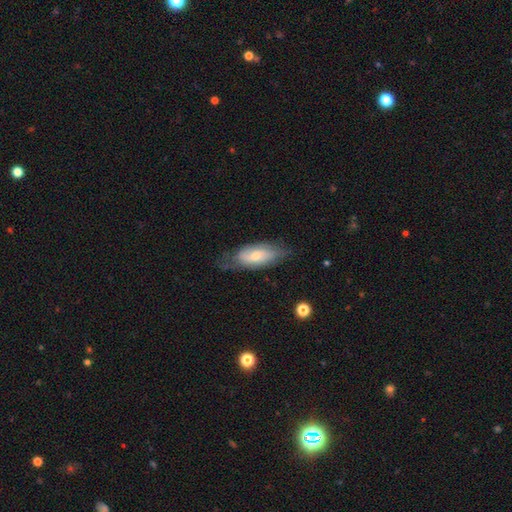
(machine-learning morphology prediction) Overall: featured or disk (48%; smooth 45%). Merging: none (61%; minor disturbance 28%).